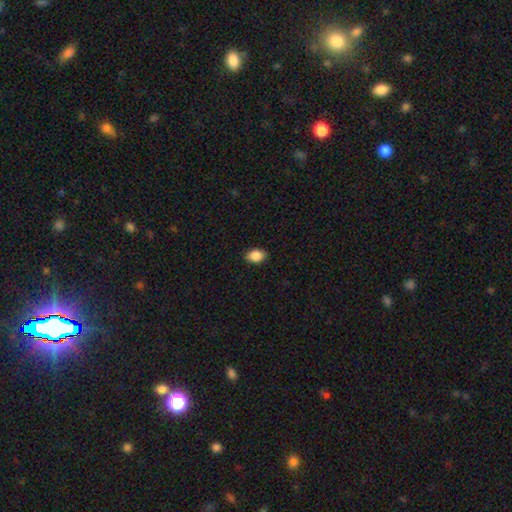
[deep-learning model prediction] Overall: smooth (88%). How rounded: in between (79%). Merging: none (87%).